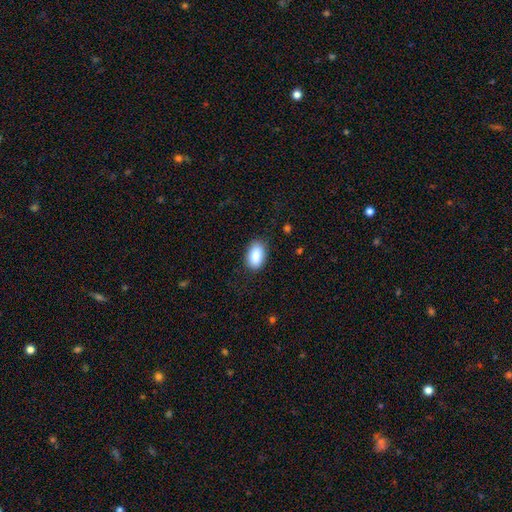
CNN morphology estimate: Q: Smooth or featured?
A: smooth (88%); runner-up: star or artifact (7%)
Q: How rounded?
A: in between (92%); runner-up: round (7%)
Q: Merging?
A: none (85%); runner-up: minor disturbance (11%)